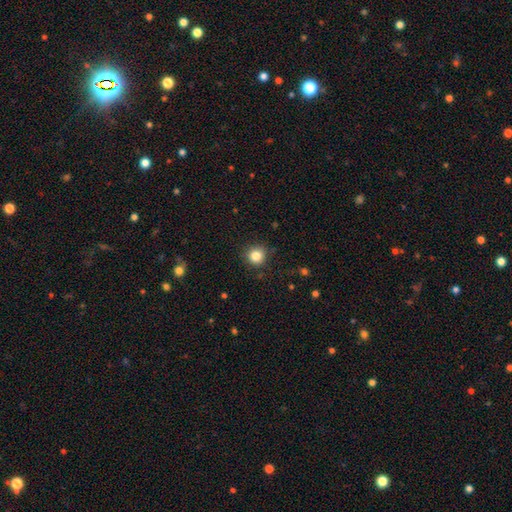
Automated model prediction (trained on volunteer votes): A smooth galaxy with no disk features (84%) that is round (92%). Merging: none (87%).